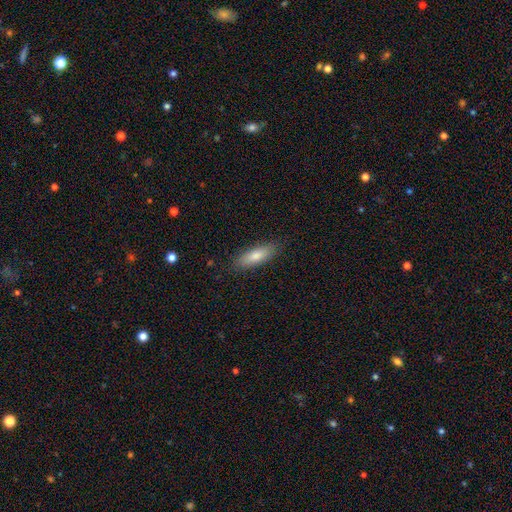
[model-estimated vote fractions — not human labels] Smooth or featured? Predicted: smooth (p=0.77). How rounded? Predicted: cigar-shaped (p=0.50). Merging? Predicted: none (p=0.87).